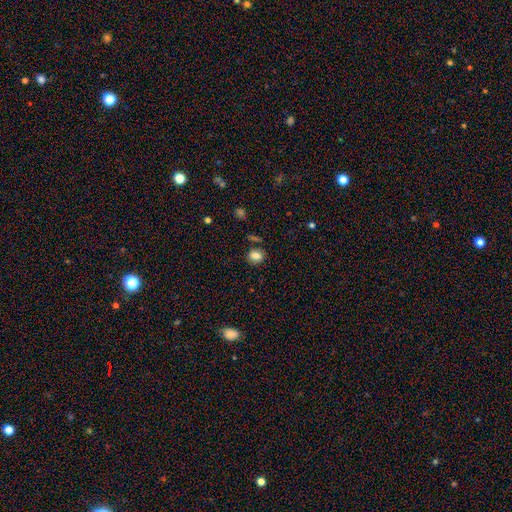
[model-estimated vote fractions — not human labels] The model was most divided on "how rounded": in between: 54%, round: 44%, cigar-shaped: 2%. More confident: smooth or featured — smooth (80%); merging — none (76%).